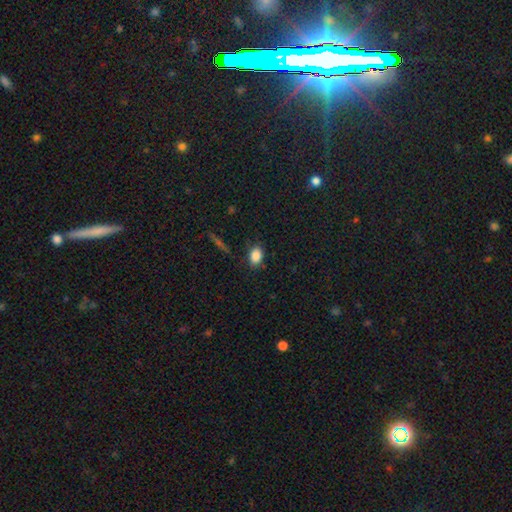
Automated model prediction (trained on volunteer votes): smooth_or_featured: smooth (p=0.86) [alt: star or artifact p=0.09]
how_rounded: in between (p=0.80) [alt: round p=0.19]
merging: none (p=0.82) [alt: minor disturbance p=0.13]